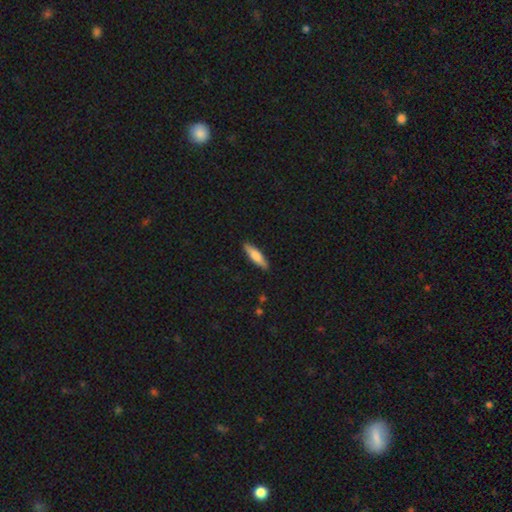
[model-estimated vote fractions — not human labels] Smooth or featured? smooth (71%)
How rounded? cigar-shaped (72%)
Merging? none (89%)